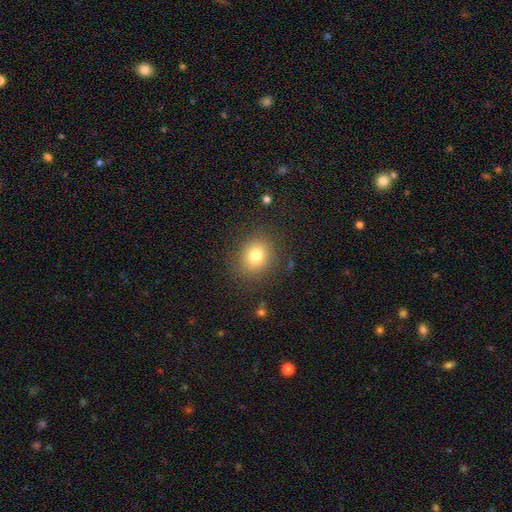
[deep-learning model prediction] Overall: smooth (78%). How rounded: round (76%). Merging: none (85%).